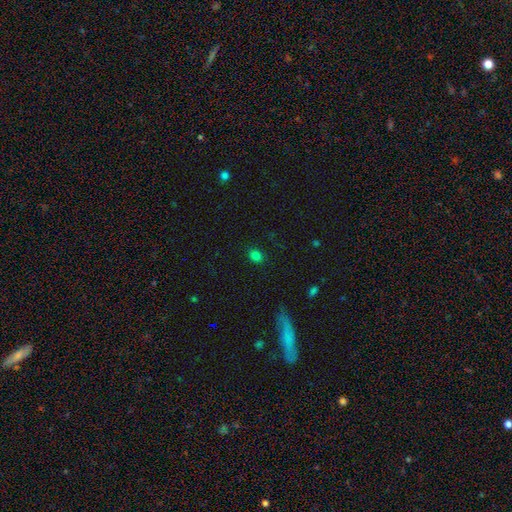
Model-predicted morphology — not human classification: Overall: smooth (80%). How rounded: round (54%; in between 45%). Merging: none (87%).